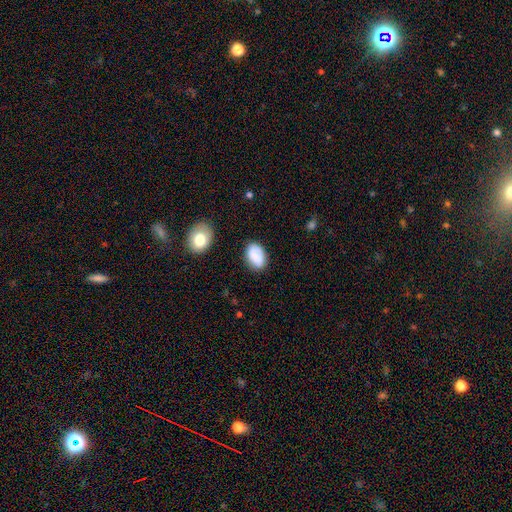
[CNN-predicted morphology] smooth_or_featured: smooth (p=0.83) [alt: featured or disk p=0.10]
how_rounded: in between (p=0.90) [alt: round p=0.09]
merging: none (p=0.78) [alt: minor disturbance p=0.15]